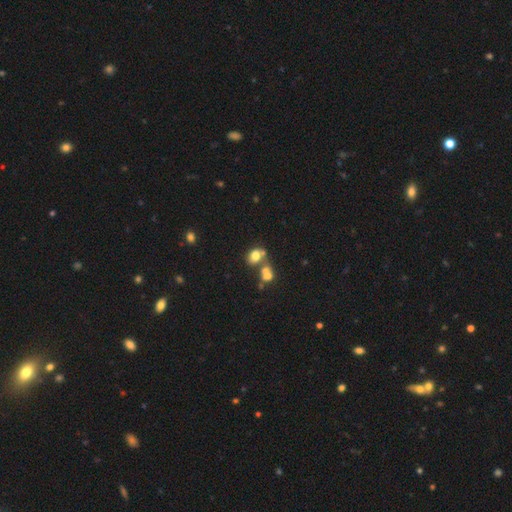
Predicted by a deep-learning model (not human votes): A smooth galaxy with no disk features (73%) that is in between round and cigar-shaped (56%). Merging: merger (44%).